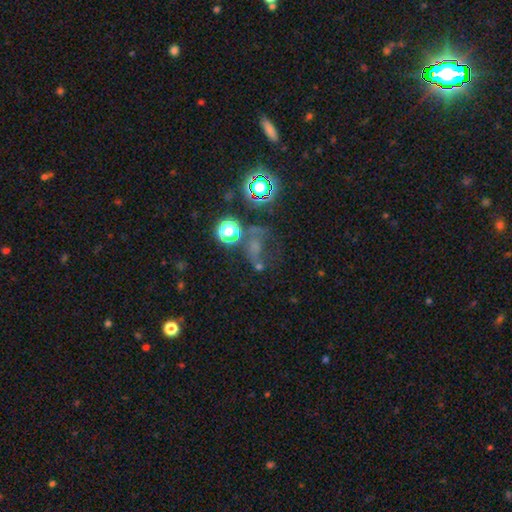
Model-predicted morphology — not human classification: type=star or artifact (51%).